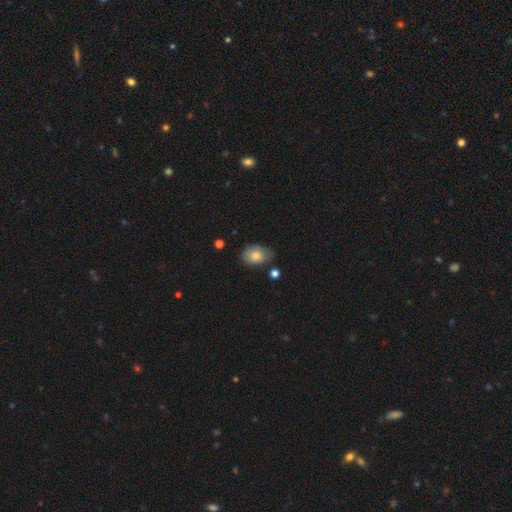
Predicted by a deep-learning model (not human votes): This is likely a smooth galaxy (79%). How rounded: clearly in between (80%). Merging: likely none (64%).